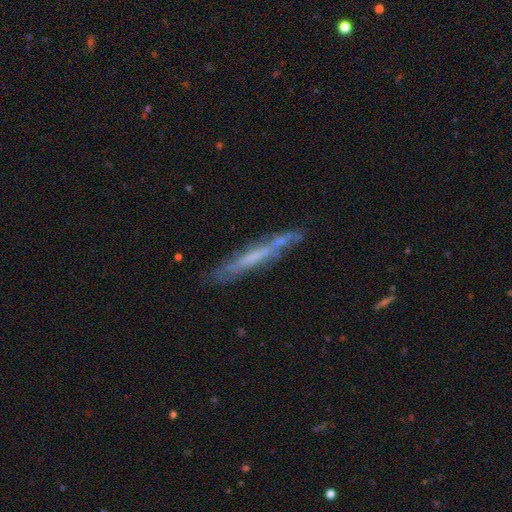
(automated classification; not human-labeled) Morphology: type=featured or disk (60%); edge-on=yes (78%); merging=none (72%).